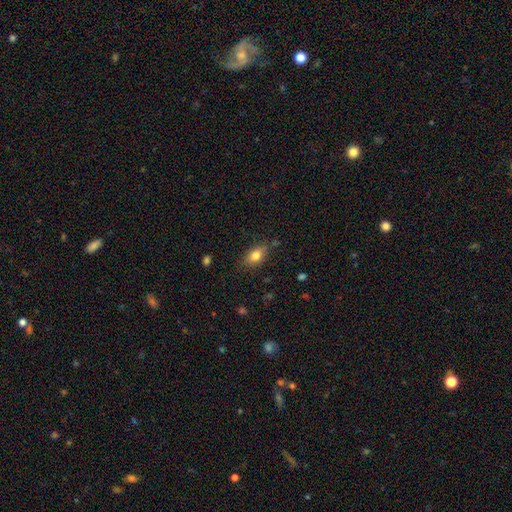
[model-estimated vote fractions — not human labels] Q: Smooth or featured?
A: smooth (78%); runner-up: featured or disk (13%)
Q: How rounded?
A: in between (83%); runner-up: round (11%)
Q: Merging?
A: none (77%); runner-up: minor disturbance (17%)